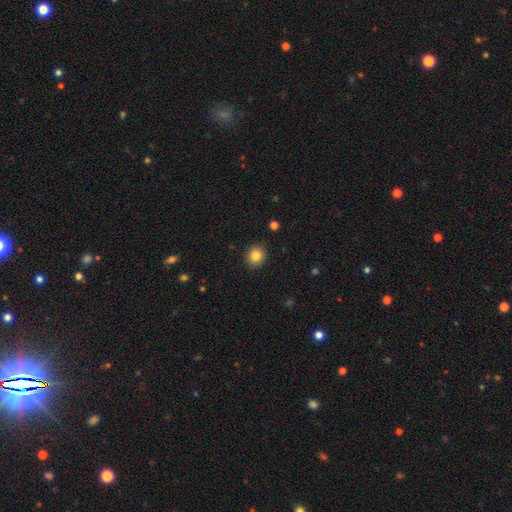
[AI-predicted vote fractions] This is clearly a smooth galaxy (84%). How rounded: likely round (74%). Merging: clearly none (90%).